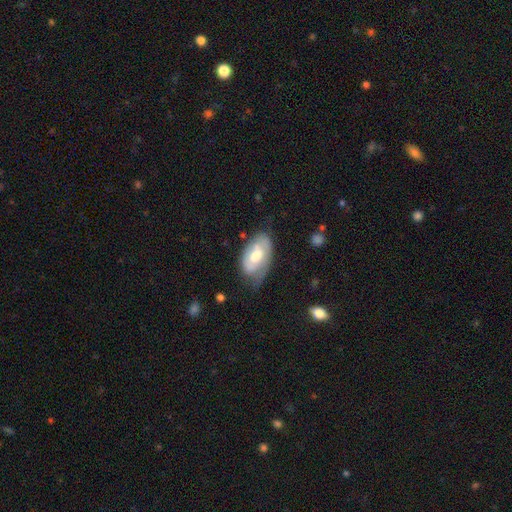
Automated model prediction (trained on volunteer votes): The model was most divided on "merging": none: 50%, minor disturbance: 34%, major disturbance: 14%, merger: 2%. More confident: edge-on disk — no (92%); bulge size — moderate (63%); spiral arms — yes (61%); smooth or featured — featured or disk (56%); bar — no (56%).